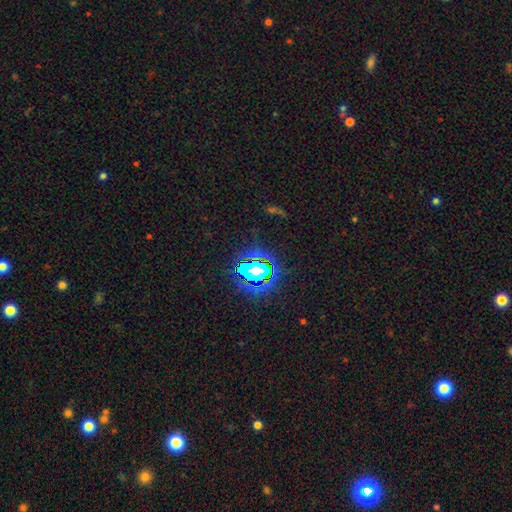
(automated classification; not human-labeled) Q: Smooth or featured?
A: star or artifact (82%); runner-up: smooth (11%)